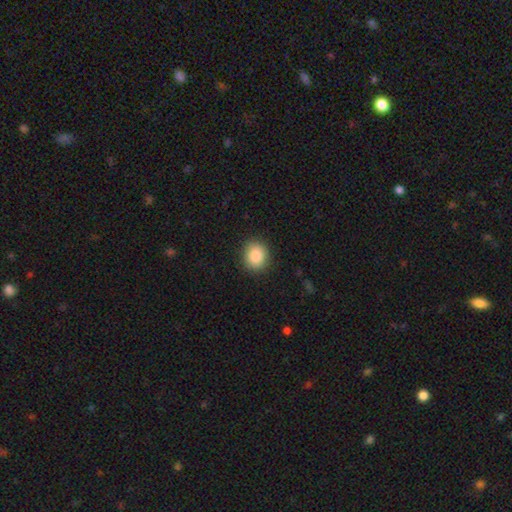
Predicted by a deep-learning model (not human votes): A smooth galaxy with no disk features (87%) that is round (74%). Merging: none (89%).